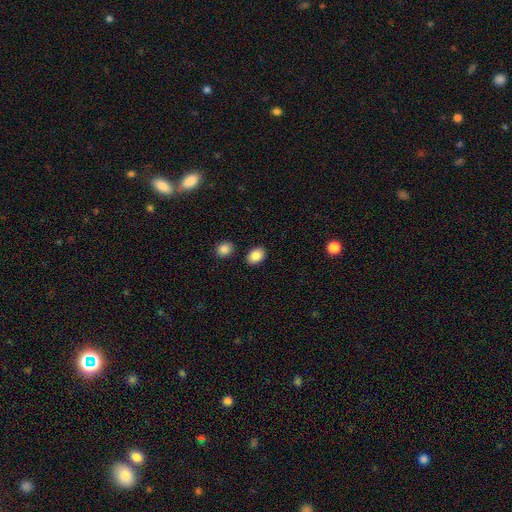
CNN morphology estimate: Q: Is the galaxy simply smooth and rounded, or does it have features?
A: smooth — 86%.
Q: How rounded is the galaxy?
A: in between — 77%.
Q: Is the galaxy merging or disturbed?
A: none — 86%.